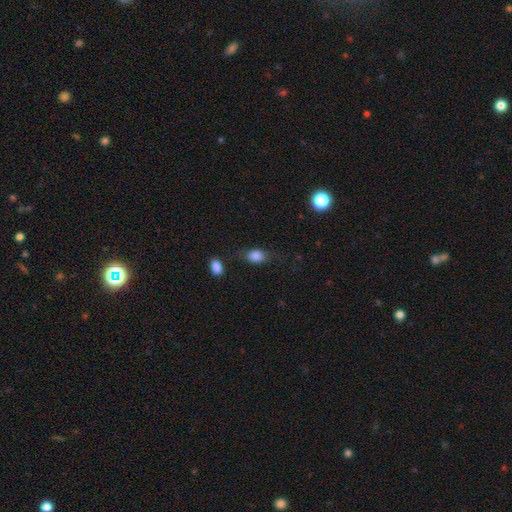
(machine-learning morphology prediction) This appears to be a smooth galaxy with no disk features (83%) that is in between round and cigar-shaped (76%). Merging: none (66%).